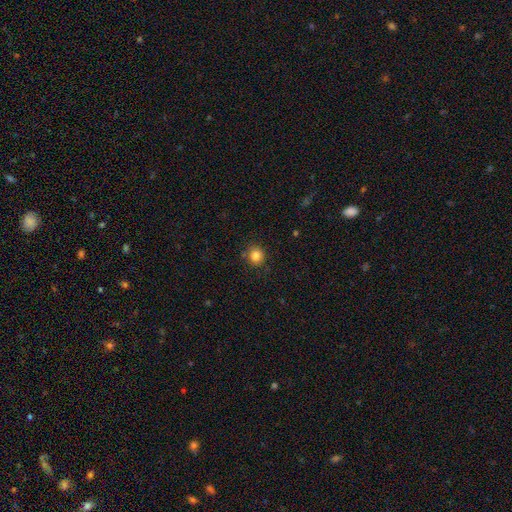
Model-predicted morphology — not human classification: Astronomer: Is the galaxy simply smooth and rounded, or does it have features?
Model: smooth — 83%.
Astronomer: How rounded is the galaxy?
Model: round — 87%.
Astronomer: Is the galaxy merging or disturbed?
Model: none — 86%.